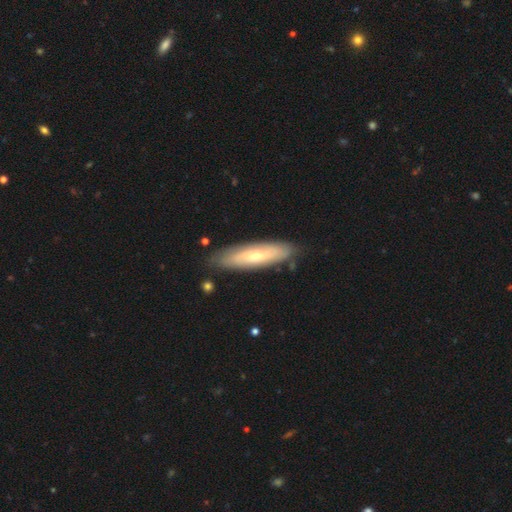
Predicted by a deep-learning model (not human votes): A featured or disk galaxy (48%).

Vote fractions:
- Smooth or featured? featured or disk: 48% / smooth: 47% / star or artifact: 6%
- Merging? none: 82% / minor disturbance: 13% / major disturbance: 3% / merger: 2%